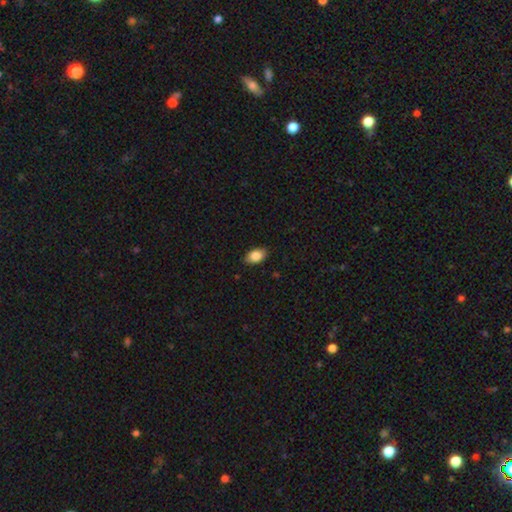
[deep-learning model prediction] smooth 86%, star or artifact 7%, featured or disk 7%. Down the decision tree: how rounded — in between (91%); merging — none (87%).